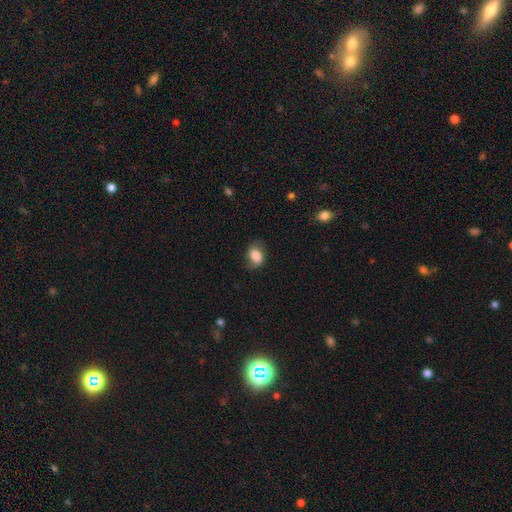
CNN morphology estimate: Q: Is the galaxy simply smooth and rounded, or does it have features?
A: smooth — 70%.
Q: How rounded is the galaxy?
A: in between — 76%.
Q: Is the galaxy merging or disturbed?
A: none — 60%.